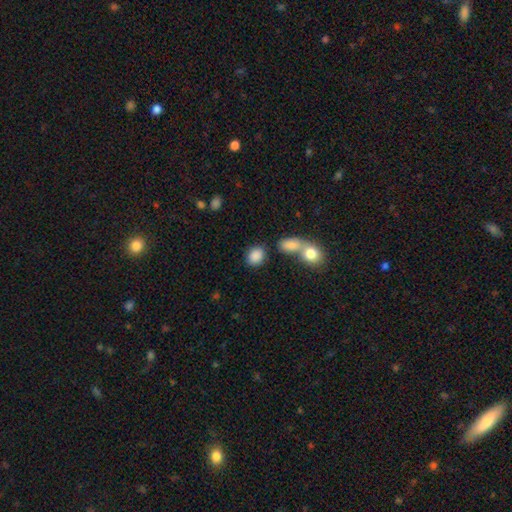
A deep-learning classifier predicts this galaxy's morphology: This appears to be a smooth galaxy with no disk features (87%) that is in between round and cigar-shaped (59%). Merging: none (67%).